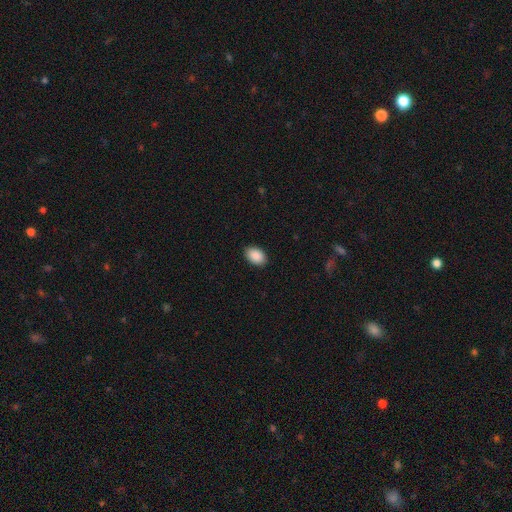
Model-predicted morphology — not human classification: Smooth or featured: smooth — 91% (star or artifact — 7%)
How rounded: in between — 87% (round — 12%)
Merging: none — 89% (minor disturbance — 8%)